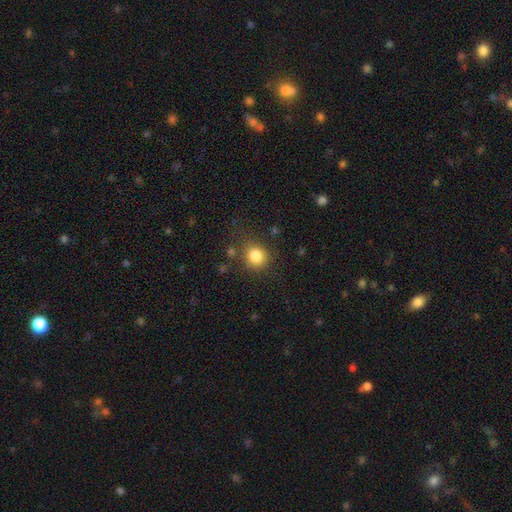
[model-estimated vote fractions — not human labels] Smooth or featured: smooth — 83% (star or artifact — 11%)
How rounded: round — 84% (in between — 15%)
Merging: none — 77% (minor disturbance — 14%)